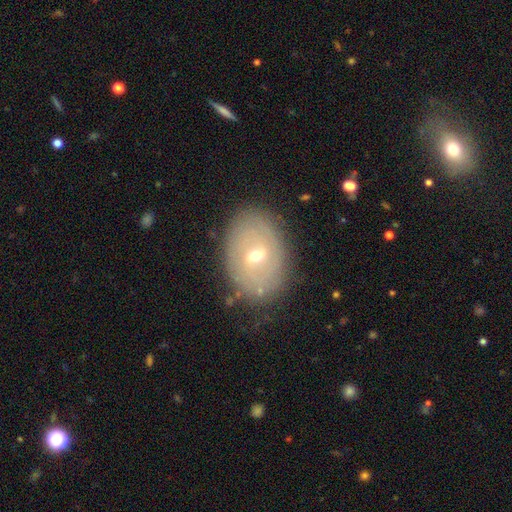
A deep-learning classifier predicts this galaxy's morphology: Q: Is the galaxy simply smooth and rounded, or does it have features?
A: featured or disk — 56%.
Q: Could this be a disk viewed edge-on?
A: no — 93%.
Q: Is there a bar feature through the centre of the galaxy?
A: no — 52%.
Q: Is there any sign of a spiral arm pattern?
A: yes — 50%, tied with no.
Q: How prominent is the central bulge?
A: small — 50%.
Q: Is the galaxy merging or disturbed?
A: none — 79%.